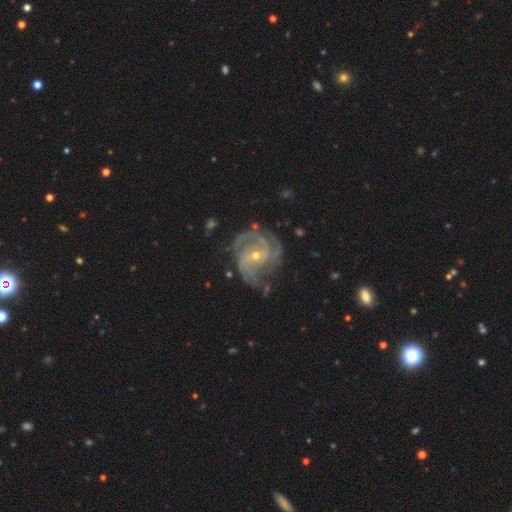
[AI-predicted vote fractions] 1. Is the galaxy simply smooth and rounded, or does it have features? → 91% featured or disk, 5% star or artifact, 4% smooth.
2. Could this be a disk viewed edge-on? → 98% no, 2% yes.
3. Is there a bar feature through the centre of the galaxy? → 59% no, 30% weak, 11% strong.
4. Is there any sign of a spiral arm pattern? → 98% yes, 2% no.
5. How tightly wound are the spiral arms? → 55% tight, 39% medium, 7% loose.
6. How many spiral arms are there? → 41% 3, 23% 2, 13% 4, 12% can't tell, 6% more than 4, 5% 1.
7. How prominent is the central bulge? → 69% small, 28% moderate, 1% none, 1% large, 1% dominant.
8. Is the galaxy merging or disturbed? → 68% none, 21% minor disturbance, 9% major disturbance, 2% merger.